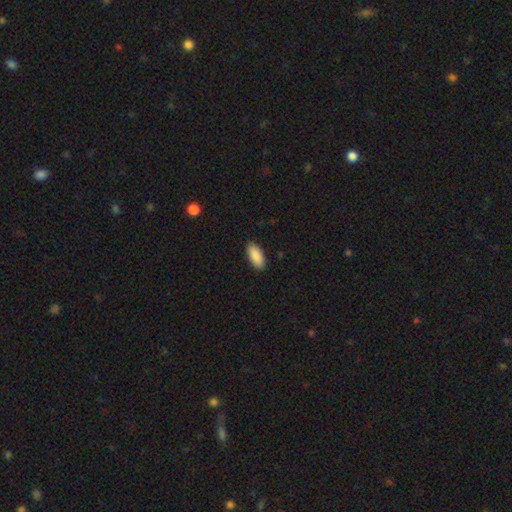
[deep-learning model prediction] Smooth or featured?
  - smooth: 91% *
  - star or artifact: 6%
  - featured or disk: 4%
How rounded?
  - in between: 90% *
  - cigar-shaped: 8%
  - round: 2%
Merging?
  - none: 90% *
  - minor disturbance: 8%
  - major disturbance: 2%
  - merger: 1%